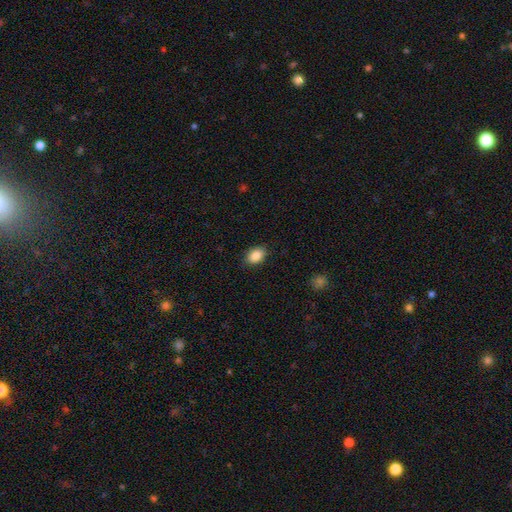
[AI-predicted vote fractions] smooth_or_featured: smooth (p=0.87) [alt: star or artifact p=0.08]
how_rounded: in between (p=0.81) [alt: round p=0.17]
merging: none (p=0.87) [alt: minor disturbance p=0.10]